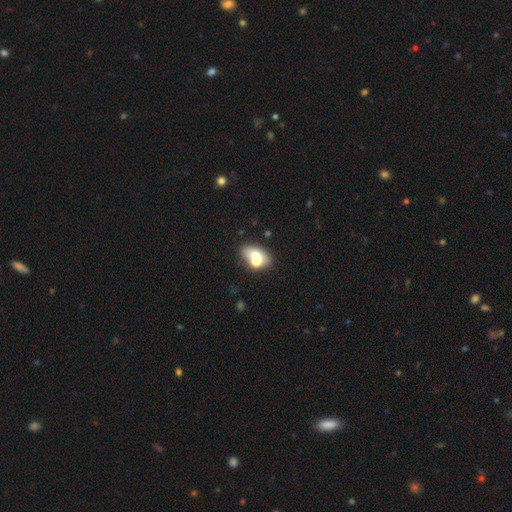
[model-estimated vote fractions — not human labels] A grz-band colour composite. It shows a smooth galaxy with no disk features (65%) that is in between round and cigar-shaped (76%). Merging: none (40%).